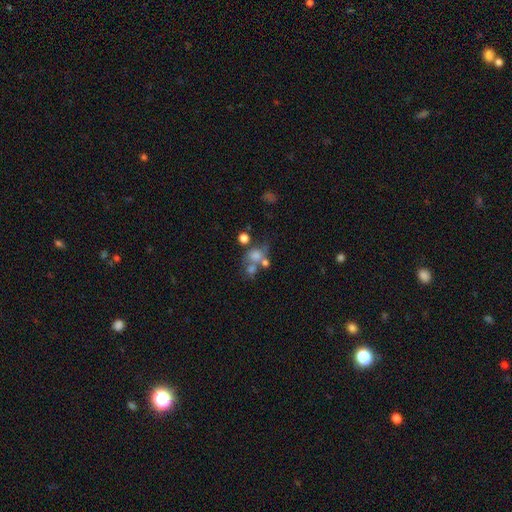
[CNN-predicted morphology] A smooth galaxy with no disk features (61%) that is round (66%). Merging: merger (43%).